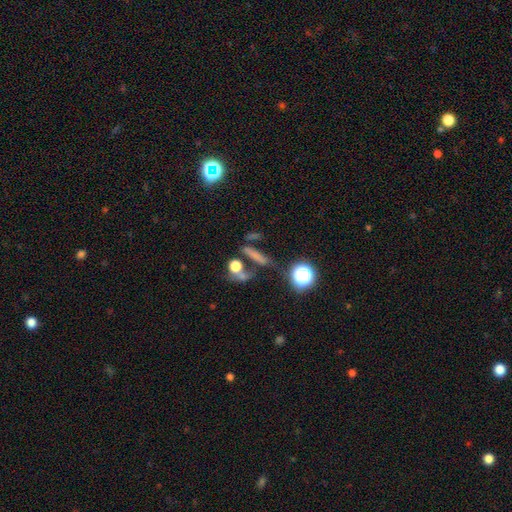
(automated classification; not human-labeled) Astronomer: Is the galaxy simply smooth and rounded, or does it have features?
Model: smooth — 57%.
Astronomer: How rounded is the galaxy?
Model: cigar-shaped — 62%.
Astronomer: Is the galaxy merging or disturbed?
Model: none — 57%.